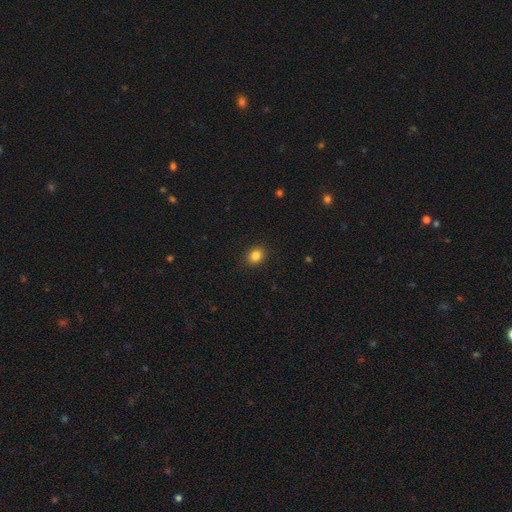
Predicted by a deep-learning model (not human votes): smooth_or_featured: smooth (p=0.84) [alt: star or artifact p=0.11]
how_rounded: round (p=0.55) [alt: in between p=0.44]
merging: none (p=0.90) [alt: minor disturbance p=0.07]